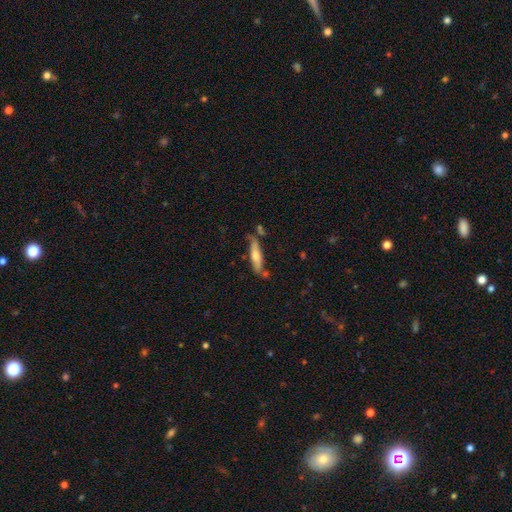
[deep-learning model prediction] Morphology: type=smooth (57%); roundness=cigar-shaped (78%); merging=none (63%).